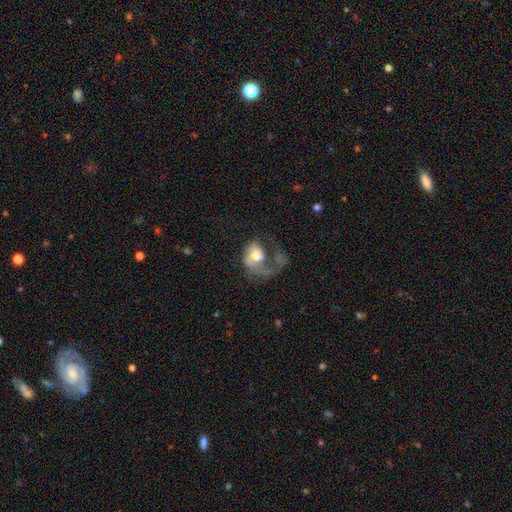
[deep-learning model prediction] smooth_or_featured: featured or disk (p=0.60) [alt: smooth p=0.34]
disk_edge_on: no (p=0.97) [alt: yes p=0.03]
bar: no (p=0.71) [alt: weak p=0.24]
has_spiral_arms: yes (p=0.76) [alt: no p=0.24]
bulge_size: moderate (p=0.58) [alt: large p=0.24]
merging: major disturbance (p=0.61) [alt: none p=0.19]